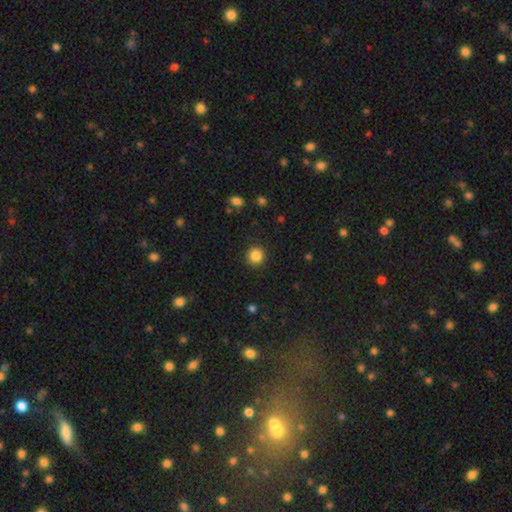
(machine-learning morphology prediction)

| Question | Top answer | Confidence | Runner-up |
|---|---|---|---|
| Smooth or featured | smooth | 86% | star or artifact (10%) |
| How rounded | round | 94% | in between (5%) |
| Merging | none | 91% | minor disturbance (6%) |